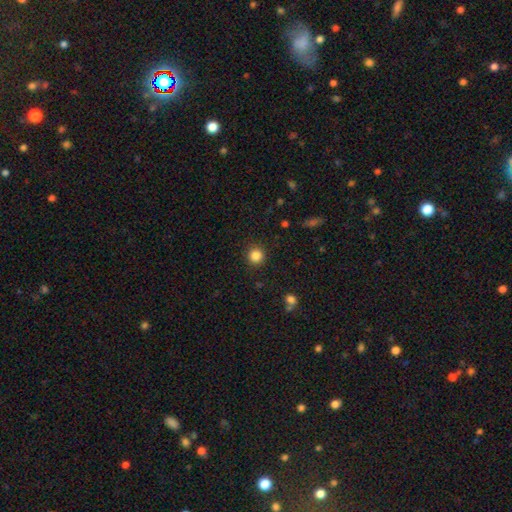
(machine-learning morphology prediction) smooth_or_featured: smooth (p=0.85) [alt: star or artifact p=0.11]
how_rounded: round (p=0.93) [alt: in between p=0.06]
merging: none (p=0.91) [alt: minor disturbance p=0.06]